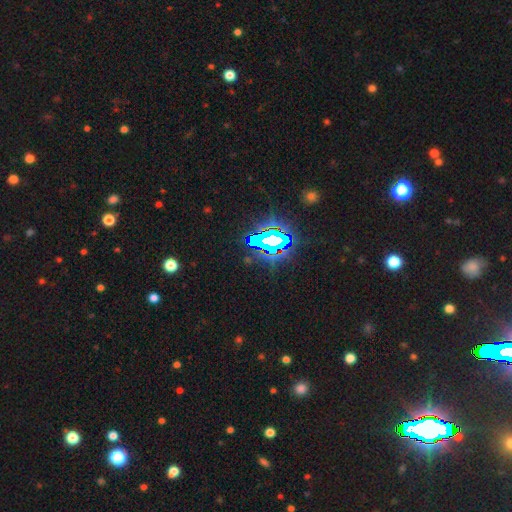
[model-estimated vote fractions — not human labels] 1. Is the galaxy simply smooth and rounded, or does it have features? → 82% star or artifact, 11% smooth, 7% featured or disk.